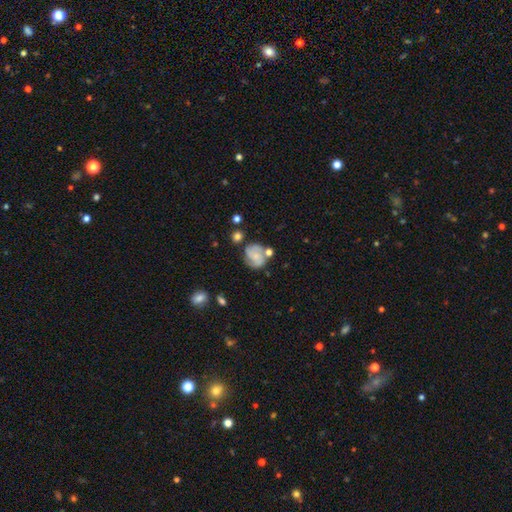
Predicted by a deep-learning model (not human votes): The model was most divided on "spiral winding": medium: 45%, tight: 40%, loose: 14%. More confident: edge-on disk — no (98%); spiral arms — yes (93%); spiral arm count — 2 (70%); smooth or featured — featured or disk (70%); bar — no (62%); merging — none (62%); bulge size — small (53%).